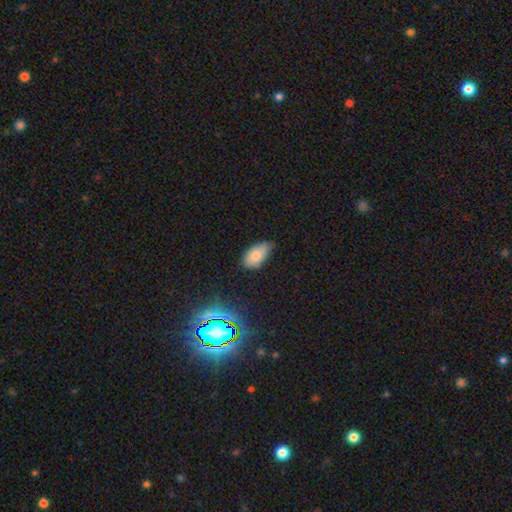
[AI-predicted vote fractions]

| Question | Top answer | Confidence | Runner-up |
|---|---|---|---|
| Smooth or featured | smooth | 79% | featured or disk (11%) |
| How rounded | in between | 93% | round (4%) |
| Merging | none | 55% | minor disturbance (38%) |